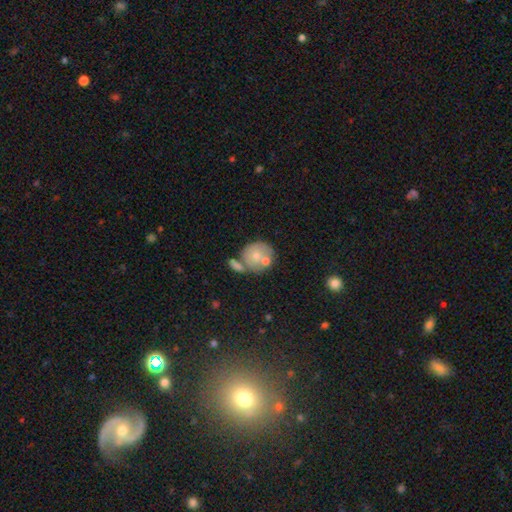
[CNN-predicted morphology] This appears to be a smooth galaxy with no disk features (66%) that is round (81%). Merging: none (43%).